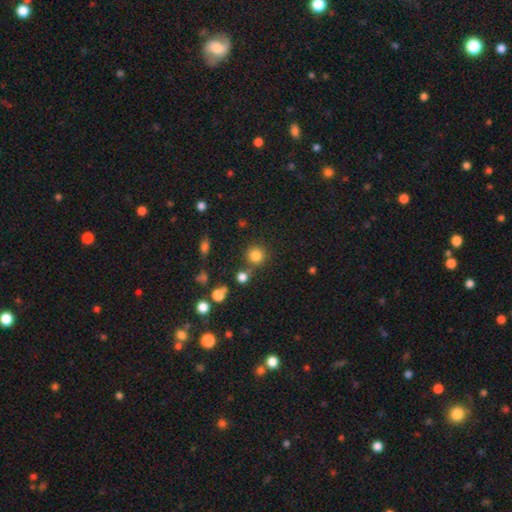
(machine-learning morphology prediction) Q: Smooth or featured?
A: smooth (81%); runner-up: star or artifact (14%)
Q: How rounded?
A: round (92%); runner-up: in between (7%)
Q: Merging?
A: none (75%); runner-up: merger (12%)